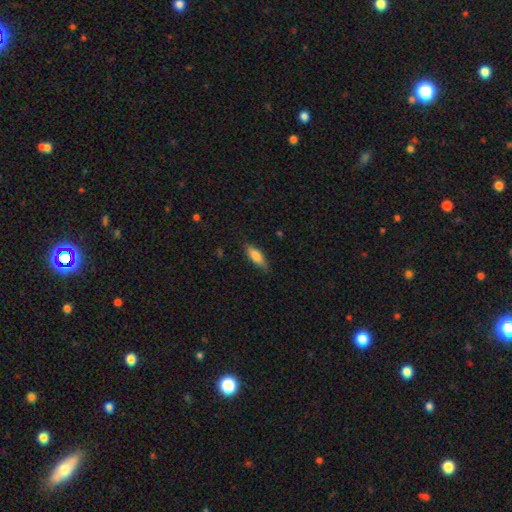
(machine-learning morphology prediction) A smooth galaxy with no disk features (81%) that is in between round and cigar-shaped (60%).

Vote fractions:
- Smooth or featured? smooth: 81% / featured or disk: 13% / star or artifact: 6%
- How rounded? in between: 60% / cigar-shaped: 38% / round: 2%
- Merging? none: 81% / minor disturbance: 15% / major disturbance: 3% / merger: 1%